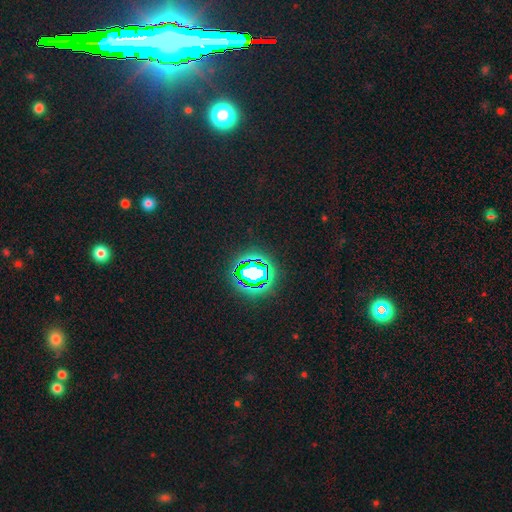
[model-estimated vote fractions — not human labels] A star or artifact, not a galaxy (81%).